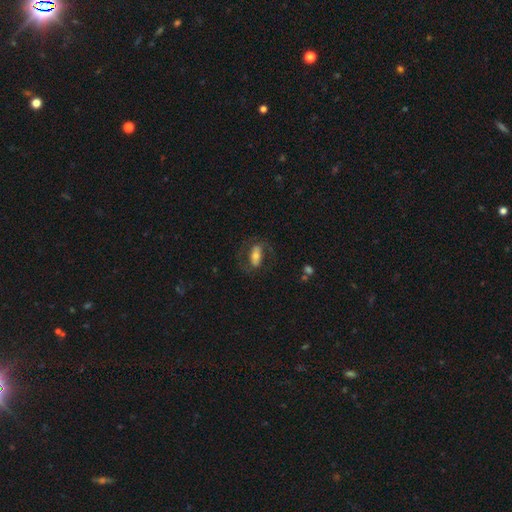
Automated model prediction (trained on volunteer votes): Overall: smooth (51%; featured or disk 41%). How rounded: in between (82%). Merging: none (64%).